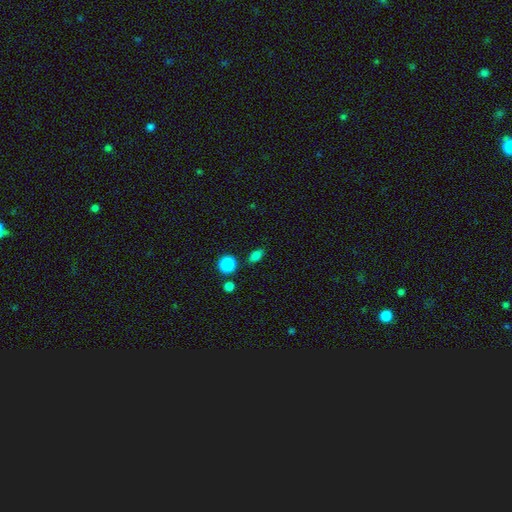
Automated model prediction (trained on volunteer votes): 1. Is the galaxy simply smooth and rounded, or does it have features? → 82% smooth, 13% star or artifact, 5% featured or disk.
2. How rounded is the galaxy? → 74% in between, 22% round, 4% cigar-shaped.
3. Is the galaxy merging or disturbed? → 79% none, 13% minor disturbance, 5% merger, 3% major disturbance.